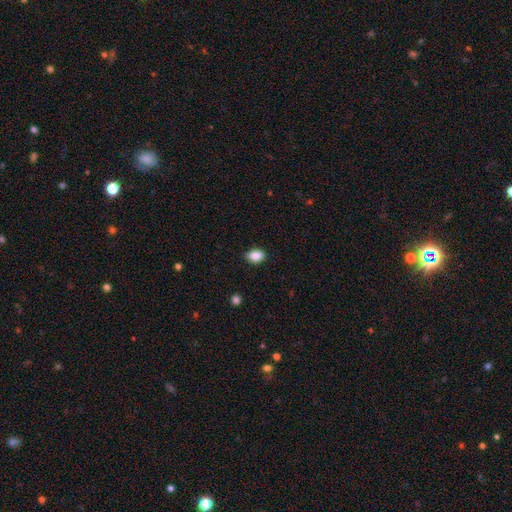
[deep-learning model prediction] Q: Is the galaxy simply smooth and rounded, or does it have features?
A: smooth — 88%.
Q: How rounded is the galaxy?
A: in between — 78%.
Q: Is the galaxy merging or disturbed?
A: none — 87%.